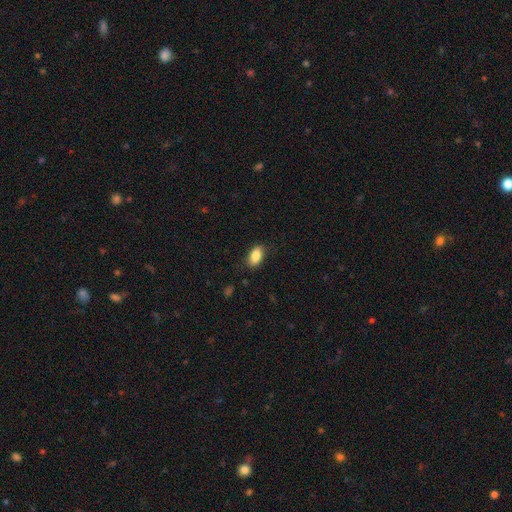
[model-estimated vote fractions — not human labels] Smooth or featured: smooth — 86% (star or artifact — 7%)
How rounded: in between — 91% (round — 5%)
Merging: none — 85% (minor disturbance — 11%)